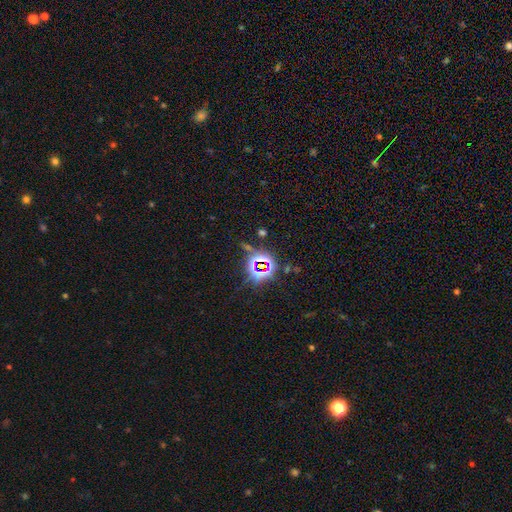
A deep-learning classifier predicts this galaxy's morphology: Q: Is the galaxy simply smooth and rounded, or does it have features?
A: star or artifact — 80%.